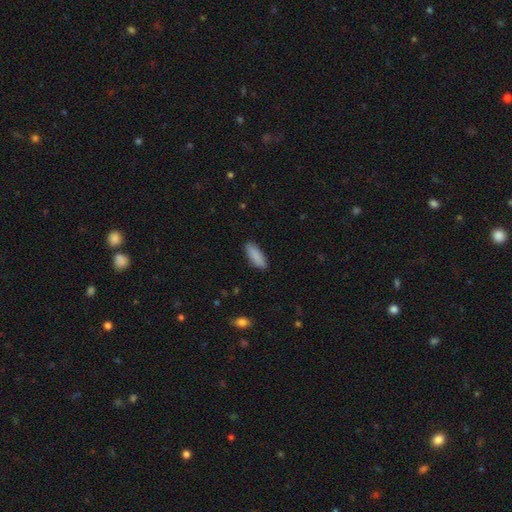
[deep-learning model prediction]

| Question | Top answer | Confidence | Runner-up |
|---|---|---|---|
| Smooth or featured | smooth | 89% | star or artifact (6%) |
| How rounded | in between | 62% | cigar-shaped (36%) |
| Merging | none | 89% | minor disturbance (8%) |